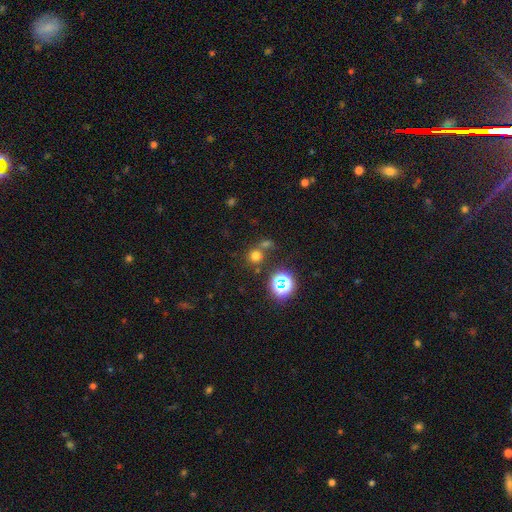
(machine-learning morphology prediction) This appears to be a smooth galaxy with no disk features (65%) that is round (89%). Merging: none (62%).